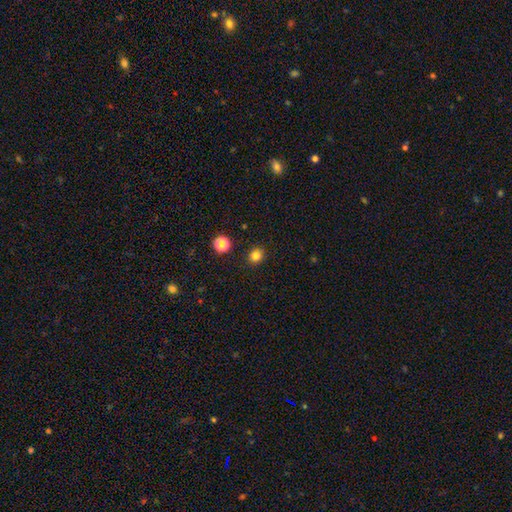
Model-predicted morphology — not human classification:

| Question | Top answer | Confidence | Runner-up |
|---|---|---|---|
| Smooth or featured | smooth | 82% | star or artifact (14%) |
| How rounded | round | 80% | in between (19%) |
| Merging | none | 90% | minor disturbance (6%) |